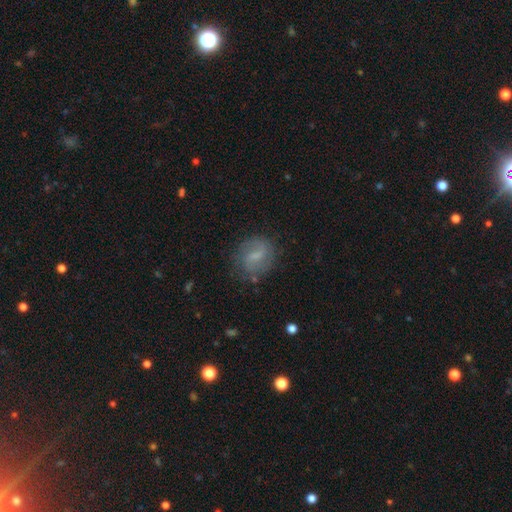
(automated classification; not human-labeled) Overall: featured or disk (57%; smooth 35%). Edge-on disk: no (97%). Bar: weak (57%; strong 23%). Spiral arms: yes (83%). Bulge size: small (42%; none 31%). Merging: none (75%).